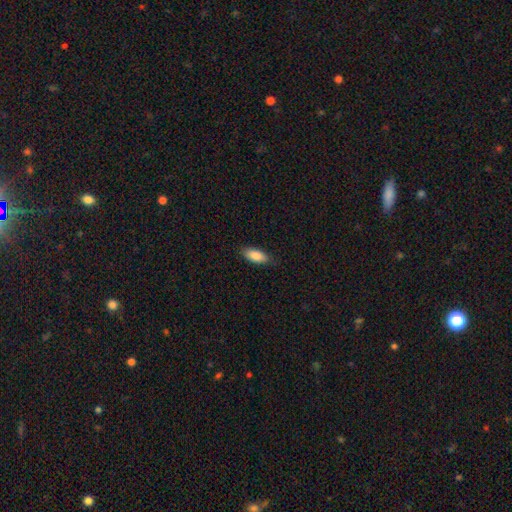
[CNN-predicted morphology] The model was most divided on "how rounded": in between: 82%, cigar-shaped: 17%, round: 2%. More confident: smooth or featured — smooth (87%); merging — none (84%).